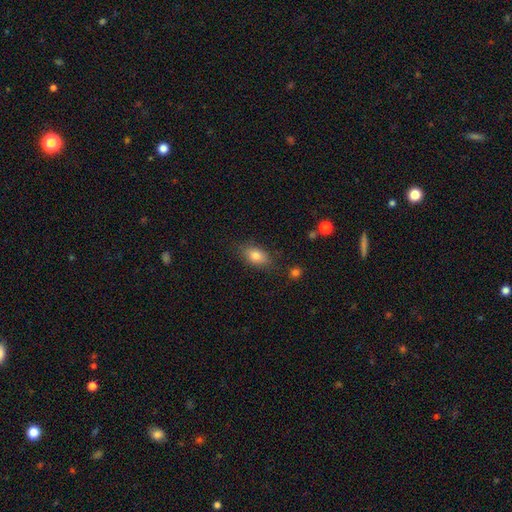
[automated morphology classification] Overall: smooth (81%). How rounded: in between (86%). Merging: none (80%).